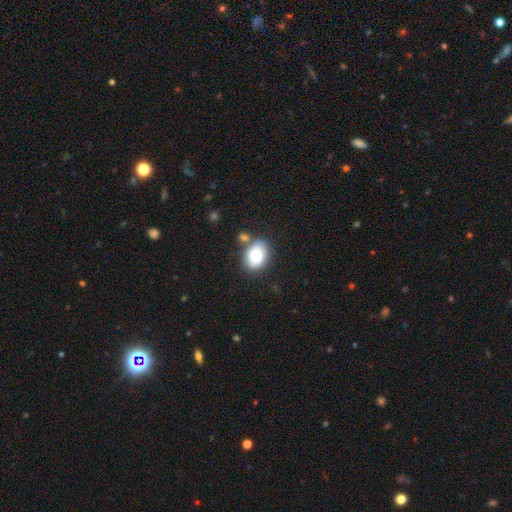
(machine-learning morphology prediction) This appears to be a smooth galaxy with no disk features (78%) that is in between round and cigar-shaped (79%). Merging: none (67%).